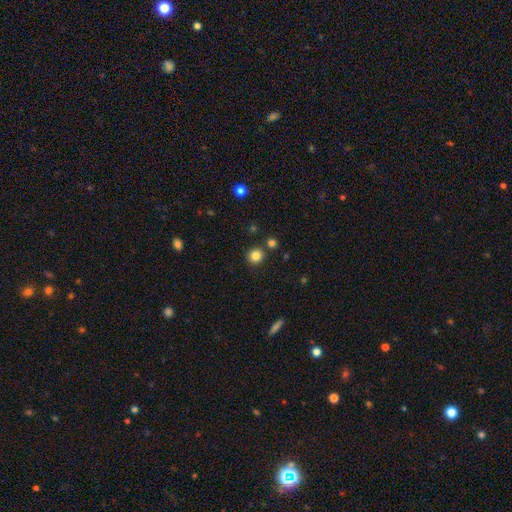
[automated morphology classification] A smooth galaxy with no disk features (83%) that is round (92%). Merging: none (85%).